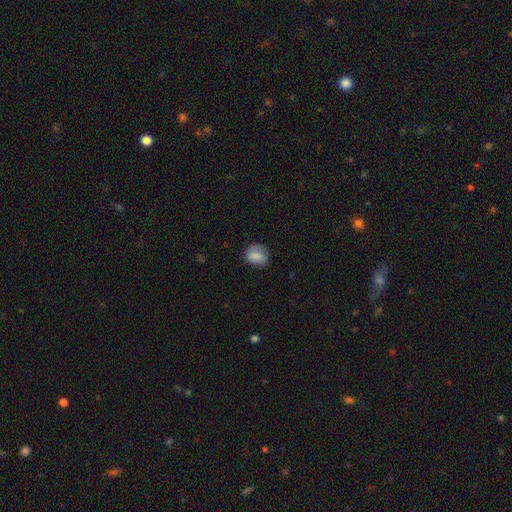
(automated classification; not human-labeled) A smooth galaxy with no disk features (79%) that is round (54%). Merging: none (71%).